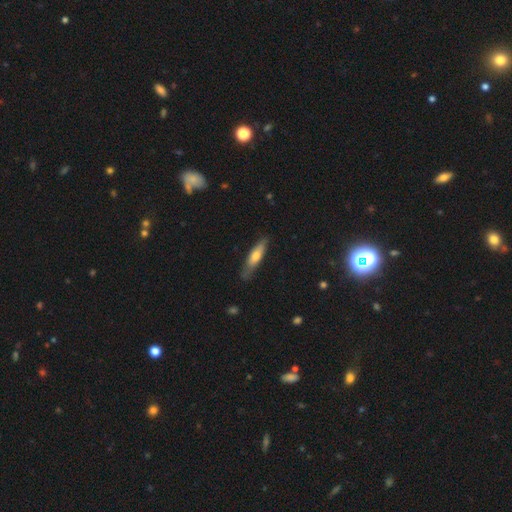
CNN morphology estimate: Smooth or featured?
  - smooth: 60% *
  - featured or disk: 34%
  - star or artifact: 5%
How rounded?
  - cigar-shaped: 75% *
  - in between: 24%
  - round: 2%
Merging?
  - none: 76% *
  - minor disturbance: 19%
  - major disturbance: 4%
  - merger: 1%